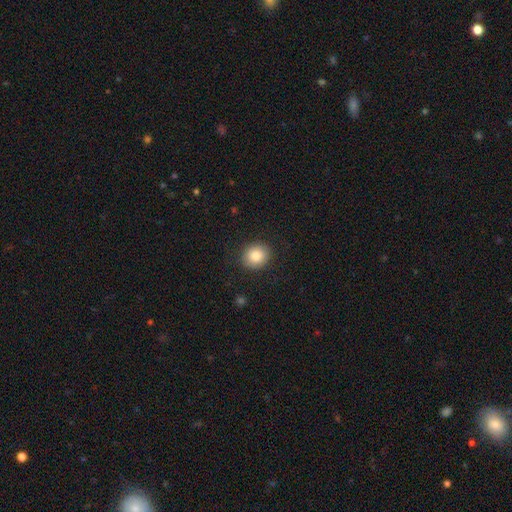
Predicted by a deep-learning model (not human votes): Morphology: type=smooth (85%); roundness=round (73%); merging=none (88%).